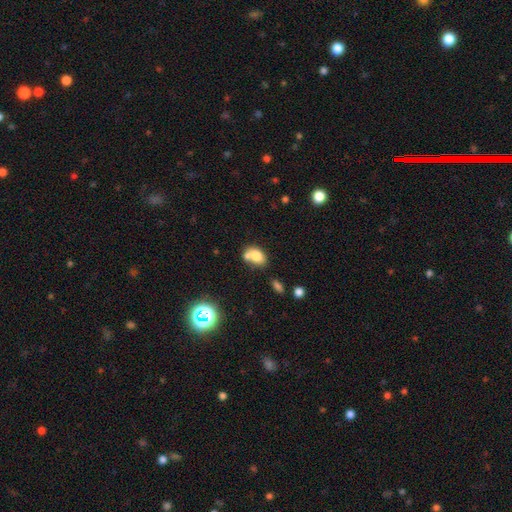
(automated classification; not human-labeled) Smooth or featured: smooth — 76% (featured or disk — 14%)
How rounded: in between — 77% (round — 22%)
Merging: none — 41% (tied with merger — 41%)